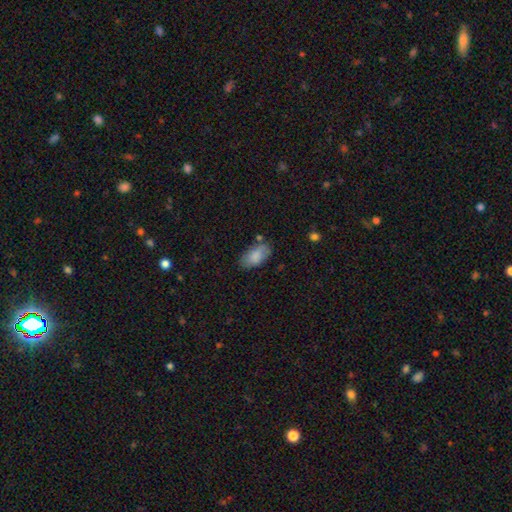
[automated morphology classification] smooth_or_featured: smooth (p=0.83) [alt: featured or disk p=0.11]
how_rounded: in between (p=0.94) [alt: round p=0.03]
merging: none (p=0.69) [alt: minor disturbance p=0.21]